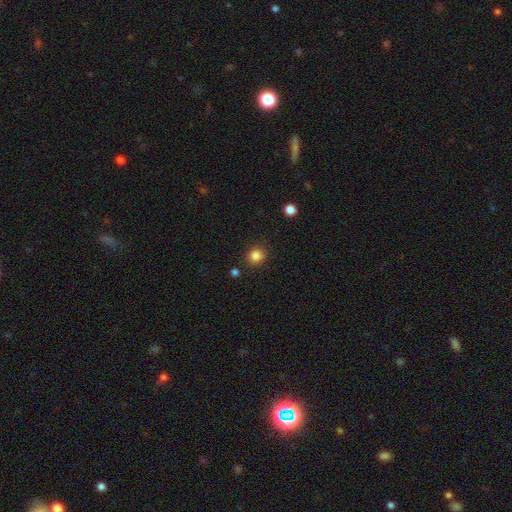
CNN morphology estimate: The model was most divided on "smooth or featured": smooth: 84%, star or artifact: 11%, featured or disk: 4%. More confident: how rounded — round (88%); merging — none (87%).